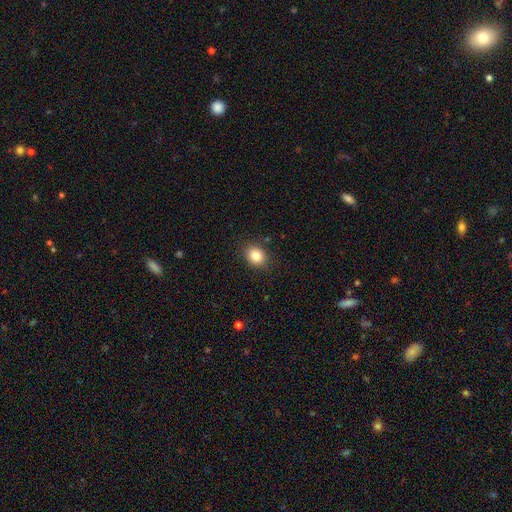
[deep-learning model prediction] This is clearly a smooth galaxy (84%). How rounded: likely round (61%). Merging: clearly none (87%).